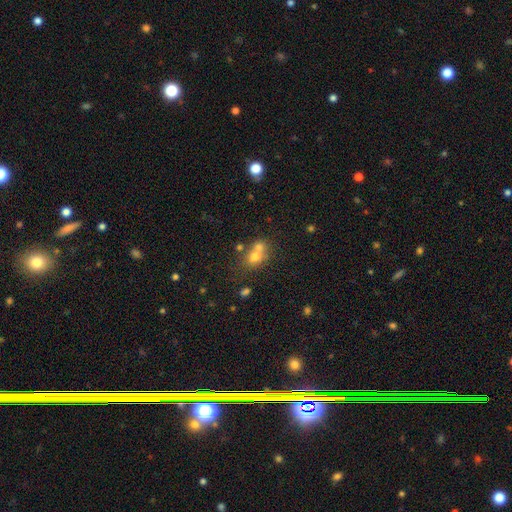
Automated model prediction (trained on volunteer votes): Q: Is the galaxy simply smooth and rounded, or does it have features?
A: smooth — 67%.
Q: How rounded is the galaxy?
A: in between — 53%.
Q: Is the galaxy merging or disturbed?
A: merger — 54%.